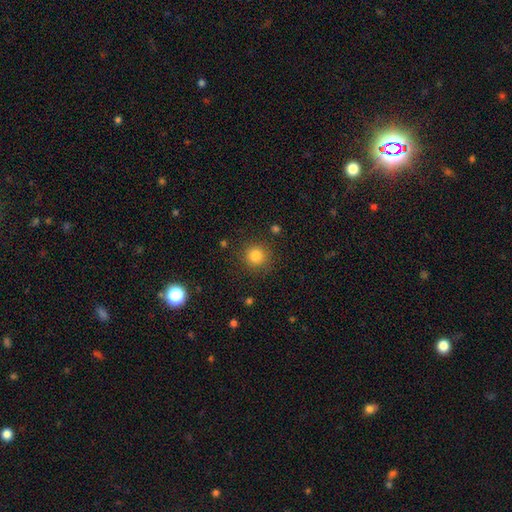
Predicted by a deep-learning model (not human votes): The model was most divided on "smooth or featured": smooth: 83%, star or artifact: 12%, featured or disk: 5%. More confident: how rounded — round (94%); merging — none (88%).